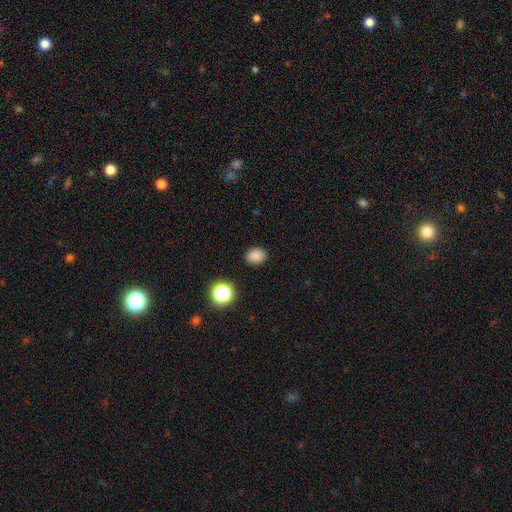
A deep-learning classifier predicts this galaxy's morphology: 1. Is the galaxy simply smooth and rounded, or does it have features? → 83% smooth, 13% star or artifact, 4% featured or disk.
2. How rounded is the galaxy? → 50% in between, 49% round, 1% cigar-shaped.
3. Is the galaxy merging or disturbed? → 88% none, 8% minor disturbance, 2% major disturbance, 1% merger.